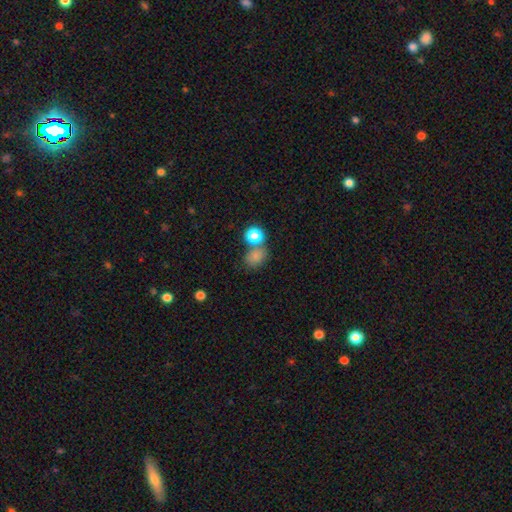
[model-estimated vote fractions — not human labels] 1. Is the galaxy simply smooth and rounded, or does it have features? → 77% smooth, 15% star or artifact, 8% featured or disk.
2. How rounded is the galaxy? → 55% round, 44% in between, 1% cigar-shaped.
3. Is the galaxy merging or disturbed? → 56% none, 25% merger, 13% minor disturbance, 6% major disturbance.